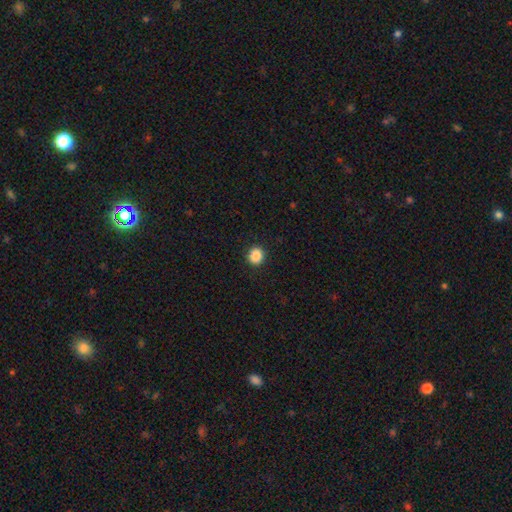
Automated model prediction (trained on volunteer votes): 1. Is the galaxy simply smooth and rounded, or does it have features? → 87% smooth, 10% star or artifact, 3% featured or disk.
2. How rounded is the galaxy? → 89% round, 10% in between, 1% cigar-shaped.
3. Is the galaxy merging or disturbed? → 92% none, 5% minor disturbance, 2% major disturbance, 1% merger.